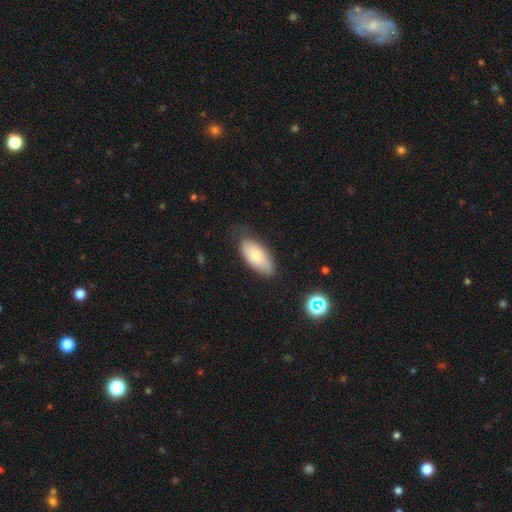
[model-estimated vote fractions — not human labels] The model was most divided on "merging": none: 65%, minor disturbance: 26%, major disturbance: 7%, merger: 2%. More confident: how rounded — in between (91%); smooth or featured — smooth (72%).